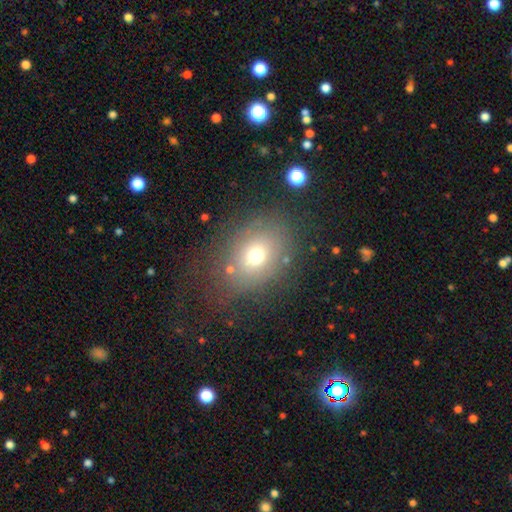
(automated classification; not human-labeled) This appears to be a smooth galaxy with no disk features (64%) that is in between round and cigar-shaped (59%). Merging: none (70%).